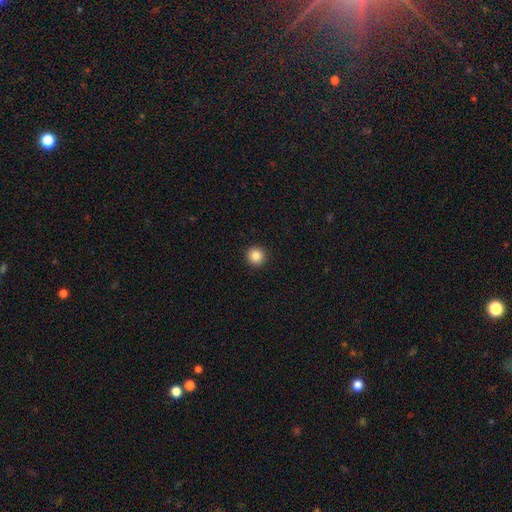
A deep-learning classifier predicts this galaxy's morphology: A smooth galaxy with no disk features (86%) that is round (95%). Merging: none (93%).